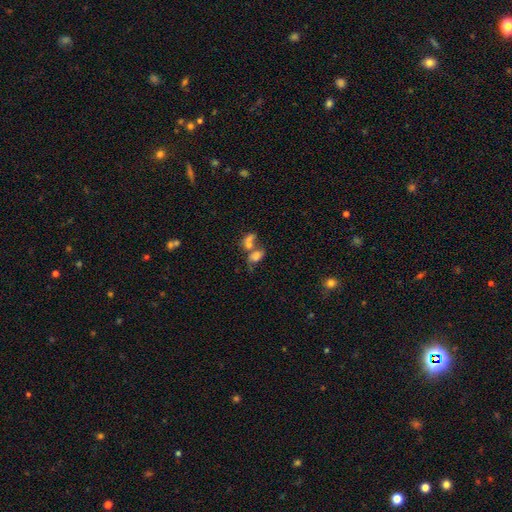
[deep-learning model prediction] Smooth or featured? smooth (68%)
How rounded? in between (83%)
Merging? merger (63%)